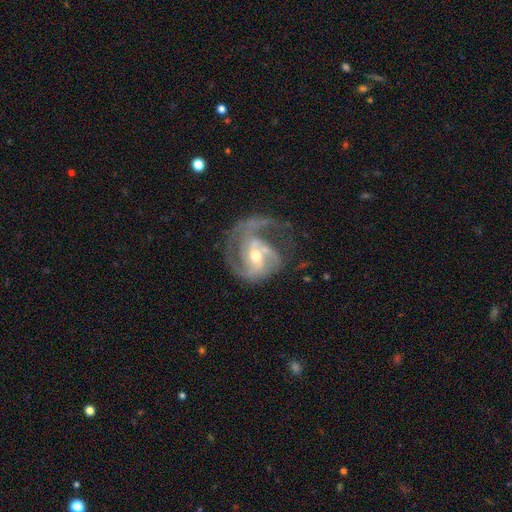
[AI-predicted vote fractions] Smooth or featured: featured or disk — 89% (smooth — 6%)
Edge-on disk: no — 98% (yes — 2%)
Bar: weak — 46% (no — 29%)
Spiral arms: yes — 96% (no — 4%)
Spiral winding: medium — 48% (tight — 34%)
Spiral arm count: 2 — 47% (3 — 25%)
Bulge size: moderate — 59% (small — 36%)
Merging: none — 44% (major disturbance — 30%)